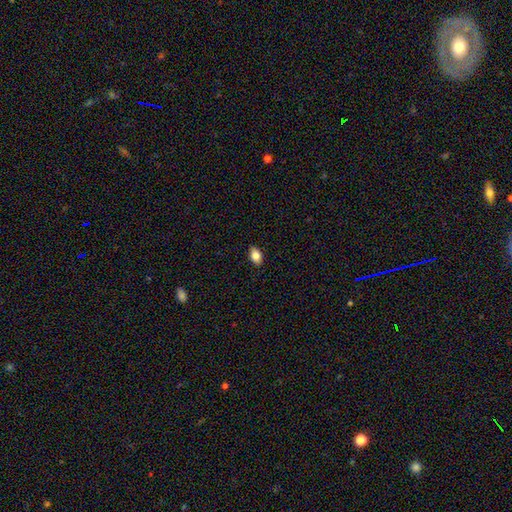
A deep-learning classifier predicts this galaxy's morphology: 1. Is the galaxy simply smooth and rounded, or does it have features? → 81% smooth, 10% featured or disk, 8% star or artifact.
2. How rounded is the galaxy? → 86% in between, 11% round, 3% cigar-shaped.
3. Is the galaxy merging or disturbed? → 87% none, 11% minor disturbance, 2% major disturbance, 1% merger.